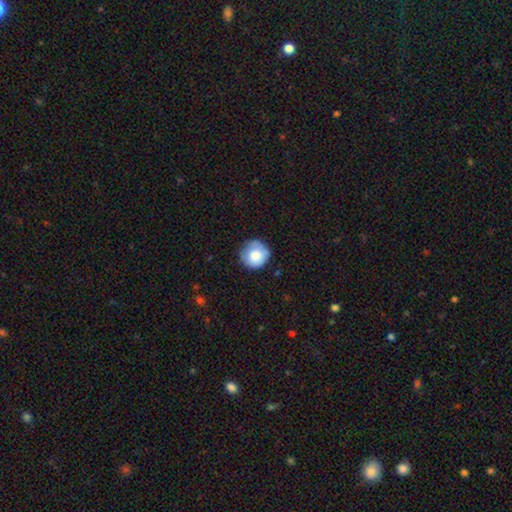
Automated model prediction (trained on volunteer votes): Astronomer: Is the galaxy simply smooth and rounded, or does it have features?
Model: smooth — 78%.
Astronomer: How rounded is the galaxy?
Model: round — 93%.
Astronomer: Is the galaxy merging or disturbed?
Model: none — 76%.